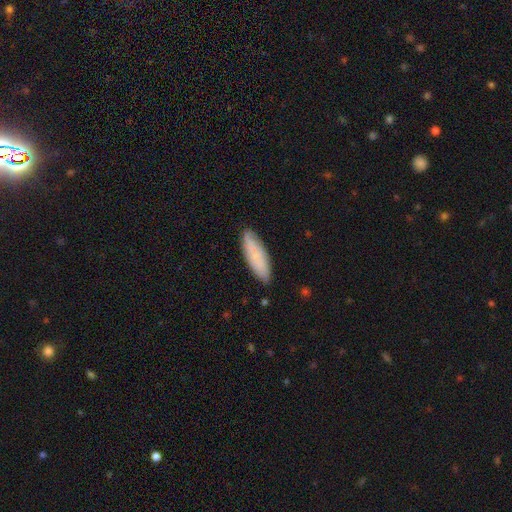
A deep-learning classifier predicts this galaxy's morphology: The model was most divided on "how rounded": in between: 50%, cigar-shaped: 49%, round: 2%. More confident: merging — none (84%); smooth or featured — smooth (78%).